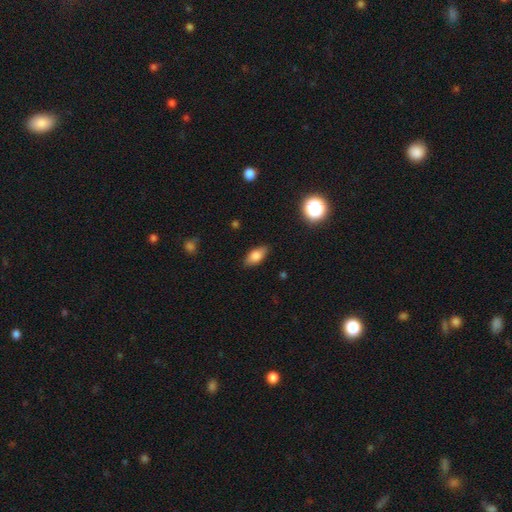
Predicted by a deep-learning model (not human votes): Overall: smooth (79%). How rounded: in between (86%). Merging: none (84%).